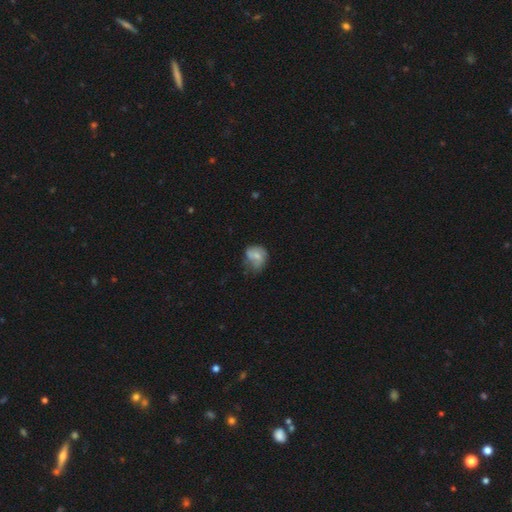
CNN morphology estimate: type=smooth (57%); roundness=round (58%); merging=none (39%).